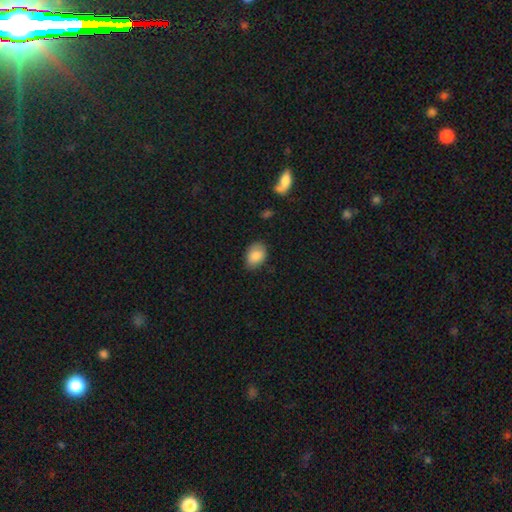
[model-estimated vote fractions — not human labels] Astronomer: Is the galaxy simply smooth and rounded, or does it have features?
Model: smooth — 85%.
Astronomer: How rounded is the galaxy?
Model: in between — 81%.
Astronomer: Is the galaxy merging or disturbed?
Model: none — 75%.